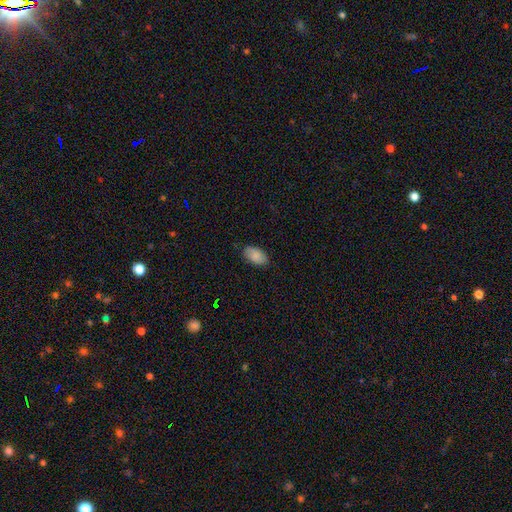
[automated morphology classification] Smooth or featured?
  - smooth: 87% *
  - star or artifact: 7%
  - featured or disk: 6%
How rounded?
  - in between: 95% *
  - round: 3%
  - cigar-shaped: 2%
Merging?
  - none: 84% *
  - minor disturbance: 13%
  - major disturbance: 2%
  - merger: 1%